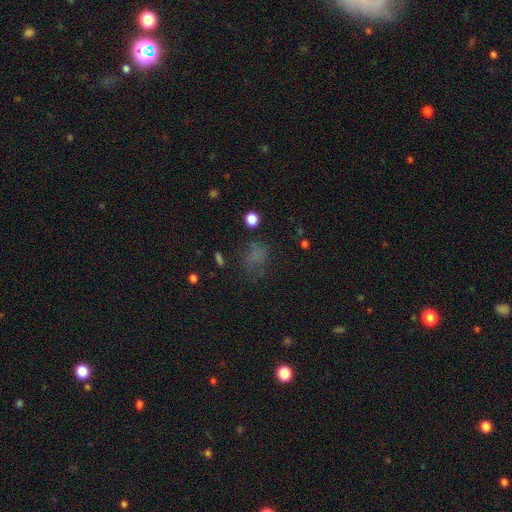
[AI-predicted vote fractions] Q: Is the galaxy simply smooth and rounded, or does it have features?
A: smooth — 62%.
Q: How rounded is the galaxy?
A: in between — 52%.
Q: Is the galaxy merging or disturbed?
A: none — 55%.